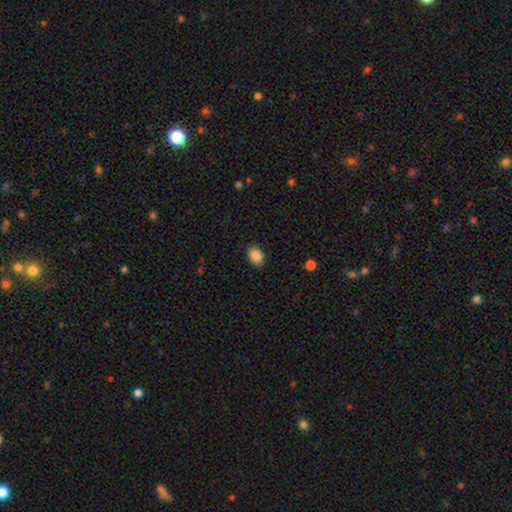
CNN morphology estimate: A smooth galaxy with no disk features (88%) that is in between round and cigar-shaped (70%).

Vote fractions:
- Smooth or featured? smooth: 88% / star or artifact: 8% / featured or disk: 4%
- How rounded? in between: 70% / round: 29% / cigar-shaped: 1%
- Merging? none: 89% / minor disturbance: 8% / major disturbance: 2% / merger: 1%